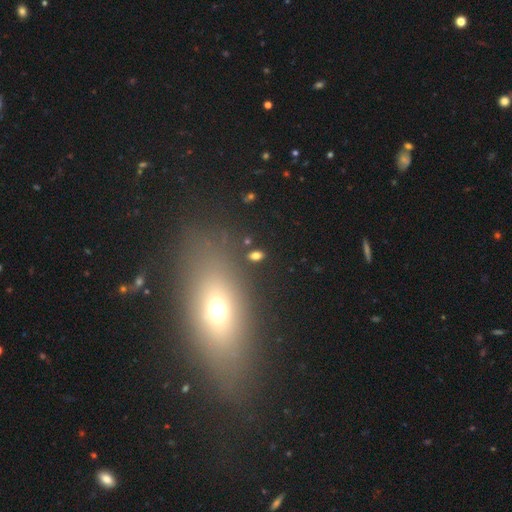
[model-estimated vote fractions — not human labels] smooth-or-featured: smooth: 73% | star or artifact: 18% | featured or disk: 9%
  how-rounded: in between: 83% | round: 13% | cigar-shaped: 4%
  merging: none: 85% | minor disturbance: 8% | merger: 4% | major disturbance: 3%